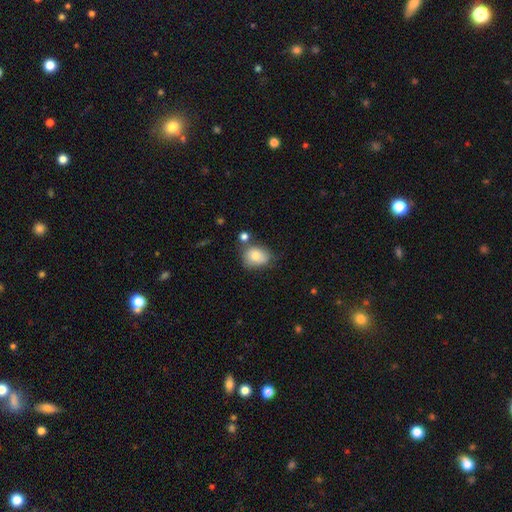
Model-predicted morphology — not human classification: Smooth or featured? Predicted: smooth (p=0.78). How rounded? Predicted: in between (p=0.53). Merging? Predicted: none (p=0.54).